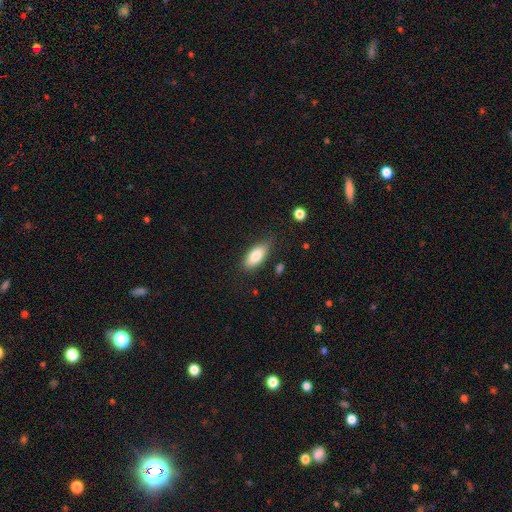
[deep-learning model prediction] The model was most divided on "merging": none: 77%, minor disturbance: 17%, major disturbance: 4%, merger: 2%. More confident: smooth or featured — smooth (83%); how rounded — in between (83%).